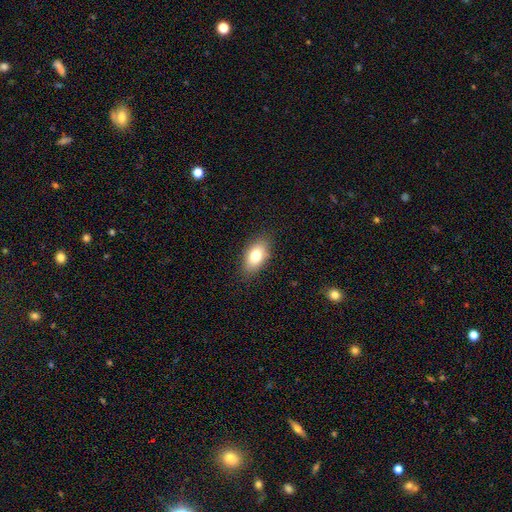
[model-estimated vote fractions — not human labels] The model was most divided on "smooth or featured": smooth: 77%, featured or disk: 15%, star or artifact: 8%. More confident: how rounded — in between (89%); merging — none (85%).